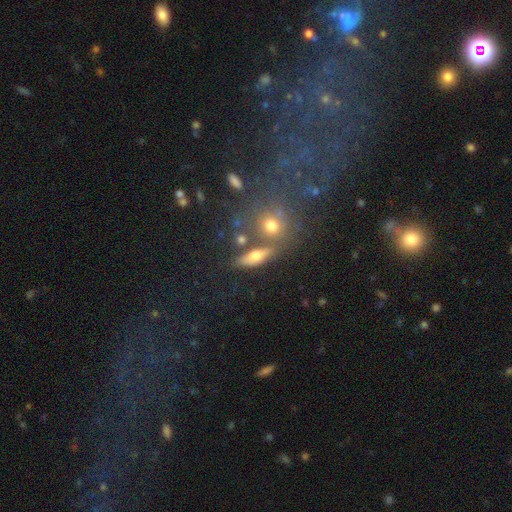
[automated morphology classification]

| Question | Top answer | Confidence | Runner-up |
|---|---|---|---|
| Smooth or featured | smooth | 60% | featured or disk (27%) |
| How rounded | in between | 48% | cigar-shaped (34%) |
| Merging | none | 65% | merger (15%) |